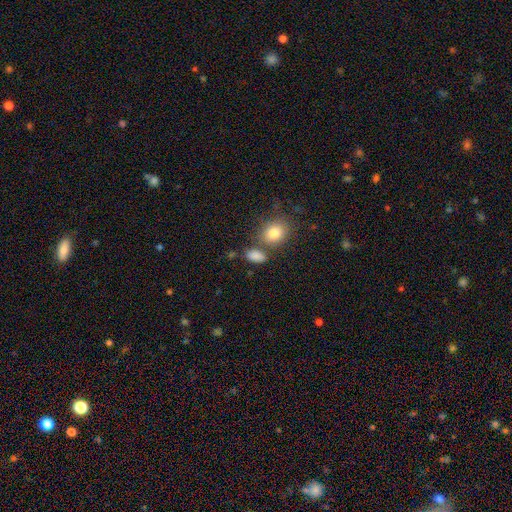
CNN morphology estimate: type=smooth (84%); roundness=in between (84%); merging=none (65%).